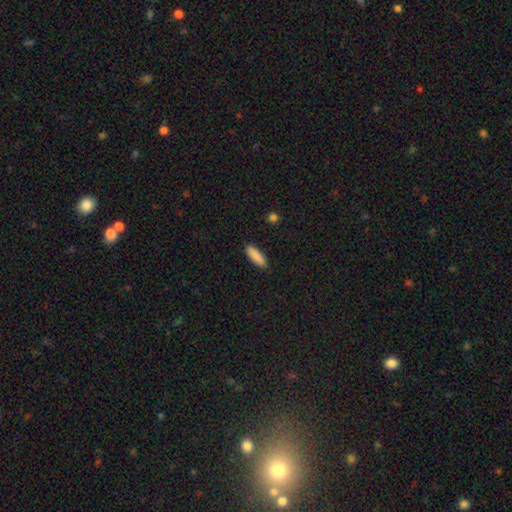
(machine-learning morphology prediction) Overall: smooth (89%). How rounded: in between (51%; cigar-shaped 47%). Merging: none (90%).